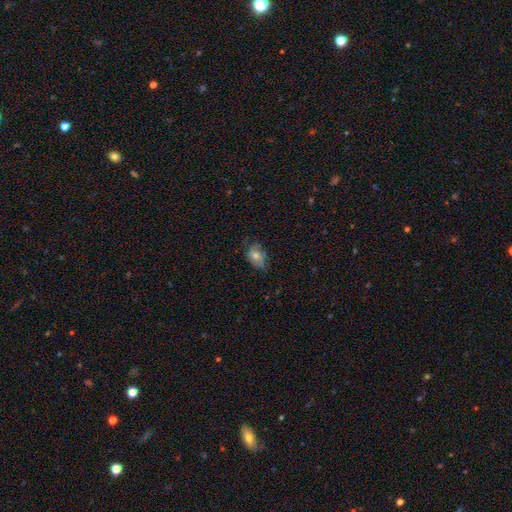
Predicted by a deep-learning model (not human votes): A smooth galaxy with no disk features (54%) that is in between round and cigar-shaped (71%).

Vote fractions:
- Smooth or featured? smooth: 54% / featured or disk: 33% / star or artifact: 13%
- How rounded? in between: 71% / round: 27% / cigar-shaped: 1%
- Merging? none: 66% / minor disturbance: 25% / major disturbance: 8% / merger: 1%